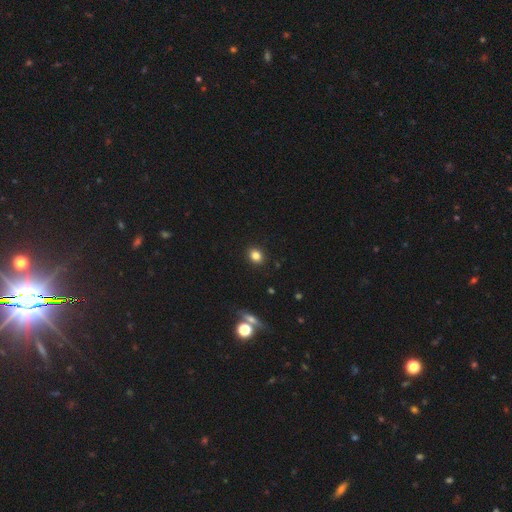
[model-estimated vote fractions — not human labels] A smooth galaxy with no disk features (83%) that is round (65%). Merging: none (91%).